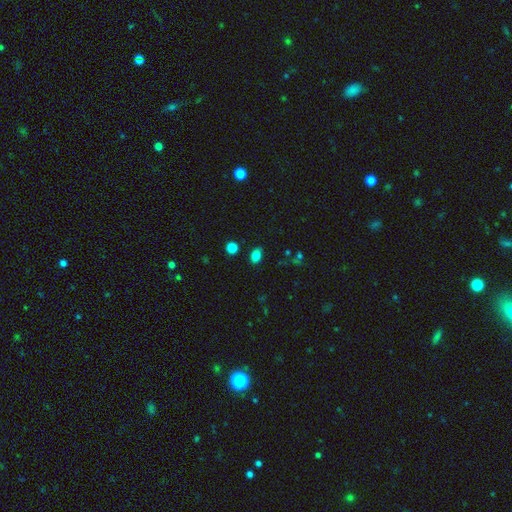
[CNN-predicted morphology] Smooth or featured? smooth (83%)
How rounded? in between (84%)
Merging? none (85%)